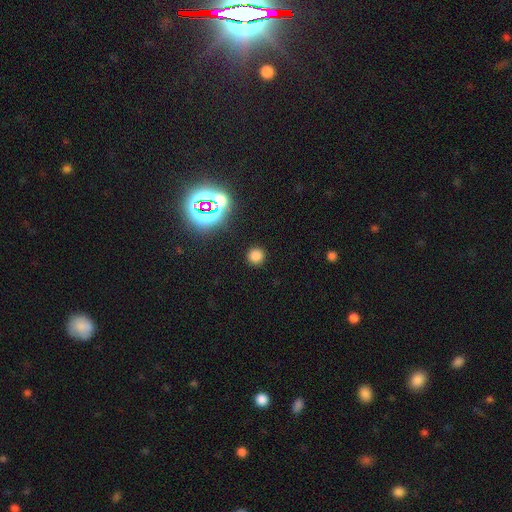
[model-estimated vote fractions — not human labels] smooth 75%, star or artifact 20%, featured or disk 5%. Down the decision tree: how rounded — round (93%); merging — none (90%).